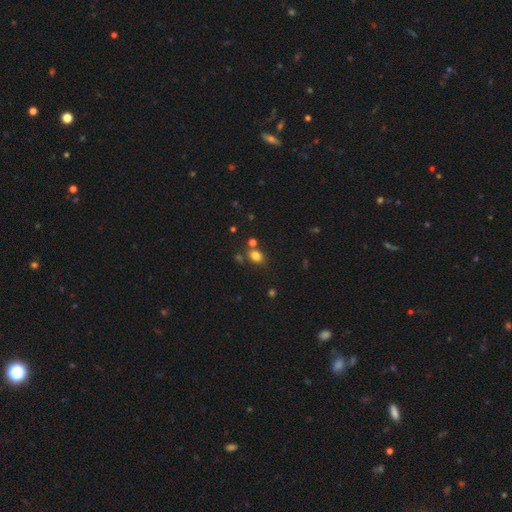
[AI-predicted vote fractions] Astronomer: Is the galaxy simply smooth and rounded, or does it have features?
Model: smooth — 79%.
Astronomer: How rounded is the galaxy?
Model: in between — 61% (runner-up: round, 37%).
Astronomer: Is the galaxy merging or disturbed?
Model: none — 70%.